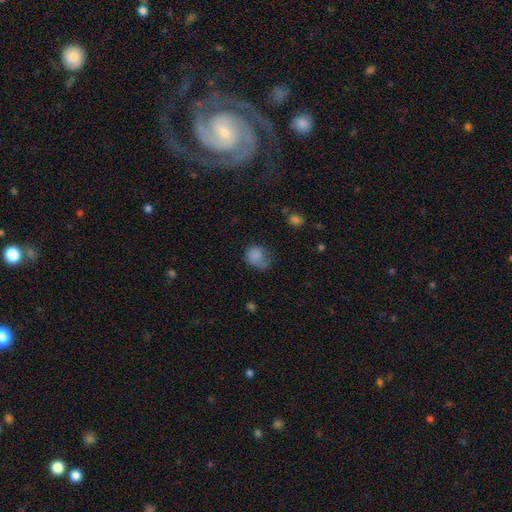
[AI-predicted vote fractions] smooth-or-featured: smooth: 80% | star or artifact: 10% | featured or disk: 9%
  how-rounded: round: 56% | in between: 43% | cigar-shaped: 1%
  merging: none: 42% | minor disturbance: 35% | major disturbance: 21% | merger: 2%